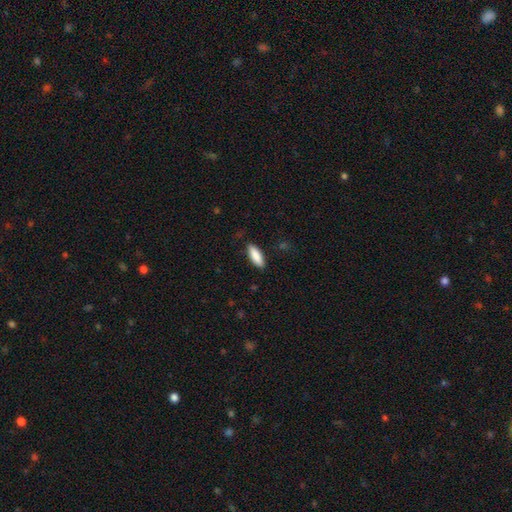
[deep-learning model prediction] Smooth or featured: smooth — 88% (featured or disk — 6%)
How rounded: in between — 61% (cigar-shaped — 38%)
Merging: none — 86% (minor disturbance — 10%)